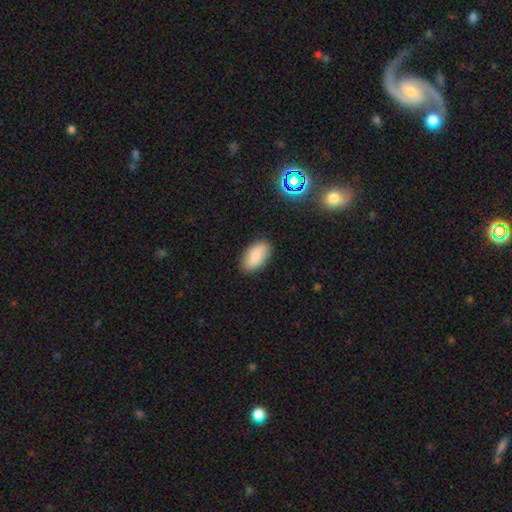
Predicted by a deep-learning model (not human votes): A smooth galaxy with no disk features (83%) that is in between round and cigar-shaped (94%).

Vote fractions:
- Smooth or featured? smooth: 83% / featured or disk: 9% / star or artifact: 8%
- How rounded? in between: 94% / round: 4% / cigar-shaped: 2%
- Merging? none: 86% / minor disturbance: 11% / major disturbance: 2% / merger: 1%